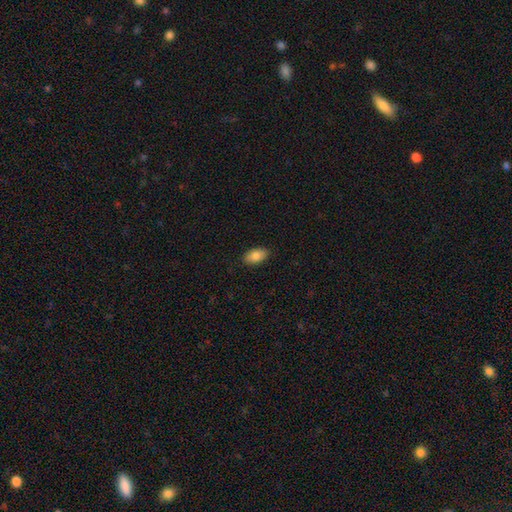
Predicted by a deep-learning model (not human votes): Smooth or featured? smooth (85%)
How rounded? in between (93%)
Merging? none (89%)